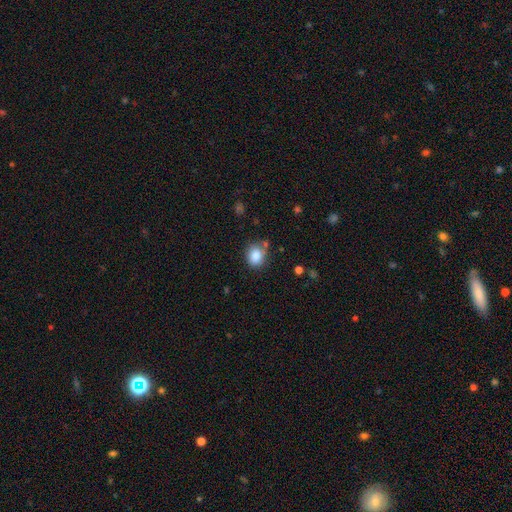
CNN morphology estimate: The model was most divided on "how rounded": round: 58%, in between: 41%, cigar-shaped: 1%. More confident: smooth or featured — smooth (86%); merging — none (69%).